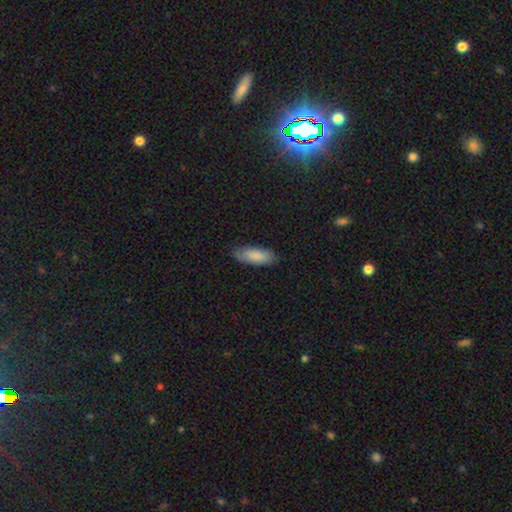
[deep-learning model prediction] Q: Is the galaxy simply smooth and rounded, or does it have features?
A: smooth — 86%.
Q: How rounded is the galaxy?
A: in between — 71%.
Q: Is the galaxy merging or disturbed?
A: none — 81%.